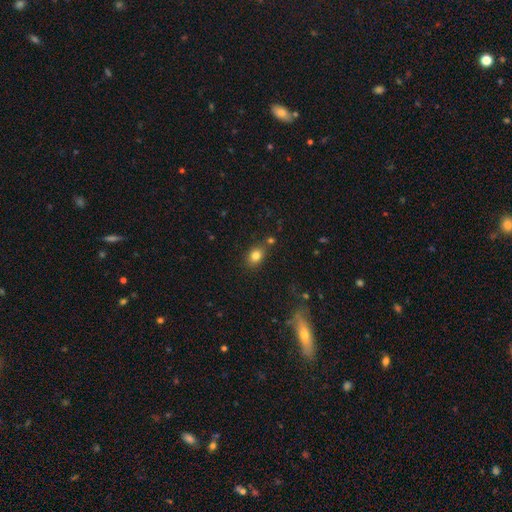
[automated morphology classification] smooth-or-featured: smooth: 82% | star or artifact: 11% | featured or disk: 8%
  how-rounded: in between: 68% | round: 30% | cigar-shaped: 1%
  merging: none: 77% | minor disturbance: 12% | merger: 8% | major disturbance: 3%